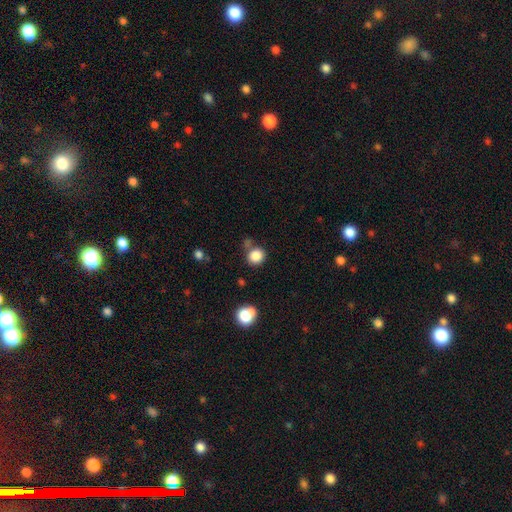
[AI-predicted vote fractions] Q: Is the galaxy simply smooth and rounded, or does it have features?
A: smooth — 85%.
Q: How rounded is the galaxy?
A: round — 82%.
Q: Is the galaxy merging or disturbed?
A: none — 73%.